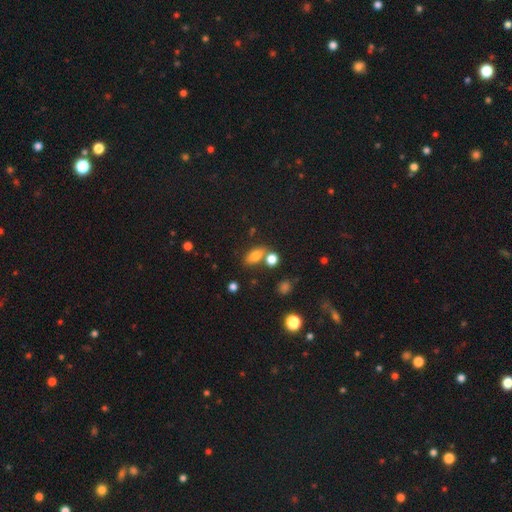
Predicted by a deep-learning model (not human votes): smooth_or_featured: smooth (p=0.77) [alt: star or artifact p=0.13]
how_rounded: in between (p=0.80) [alt: round p=0.15]
merging: none (p=0.62) [alt: merger p=0.21]